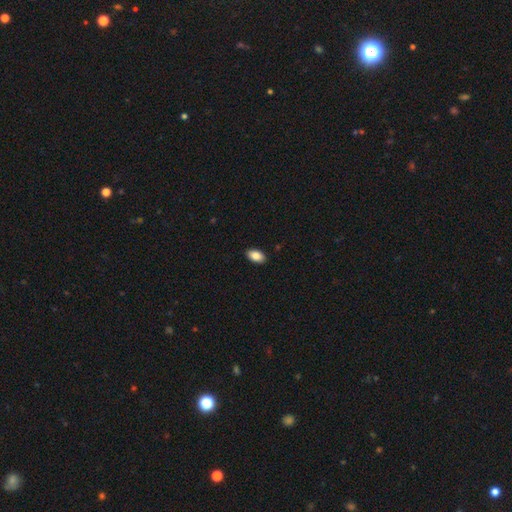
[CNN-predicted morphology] Smooth or featured? smooth (86%)
How rounded? in between (93%)
Merging? none (90%)